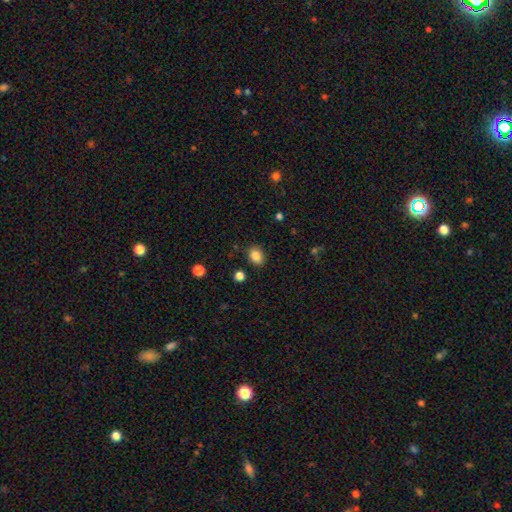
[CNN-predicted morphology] smooth_or_featured: smooth (p=0.85) [alt: star or artifact p=0.10]
how_rounded: in between (p=0.64) [alt: round p=0.35]
merging: none (p=0.86) [alt: minor disturbance p=0.10]